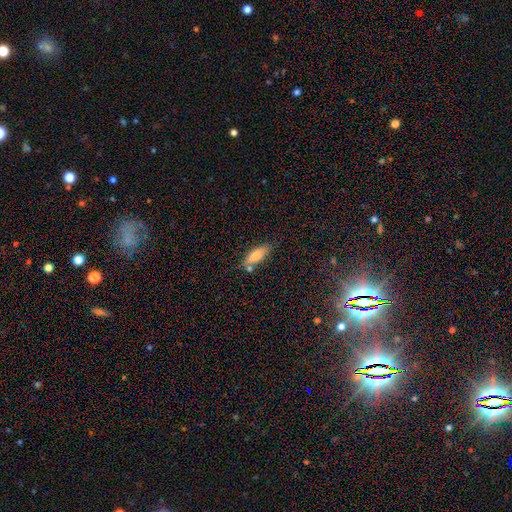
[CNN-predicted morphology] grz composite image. It shows a smooth galaxy with no disk features (80%) that is in between round and cigar-shaped (64%). Merging: none (66%).